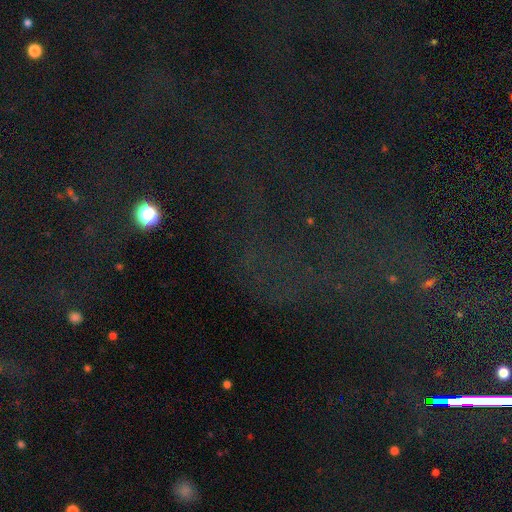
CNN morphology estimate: Smooth or featured?
  - star or artifact: 75% *
  - smooth: 14%
  - featured or disk: 11%